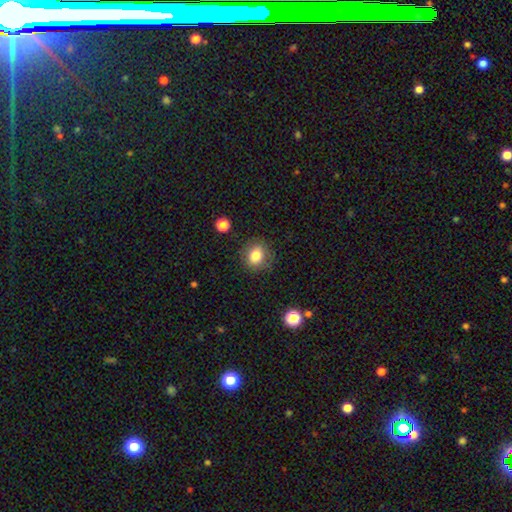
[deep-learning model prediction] Morphology: type=smooth (80%); roundness=round (71%); merging=none (82%).